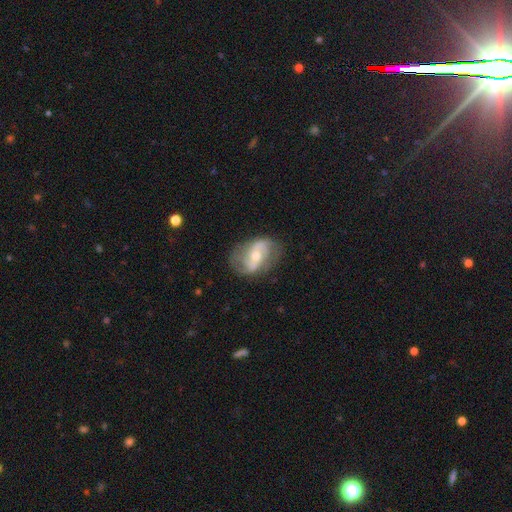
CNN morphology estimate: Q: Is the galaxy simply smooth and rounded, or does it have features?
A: featured or disk — 78%.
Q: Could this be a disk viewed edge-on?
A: no — 96%.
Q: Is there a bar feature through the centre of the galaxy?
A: weak — 40%.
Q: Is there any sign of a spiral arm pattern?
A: yes — 89%.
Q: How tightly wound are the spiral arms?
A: loose — 50%.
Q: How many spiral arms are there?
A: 2 — 84%.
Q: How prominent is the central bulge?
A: moderate — 52%.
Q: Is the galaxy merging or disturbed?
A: none — 71%.